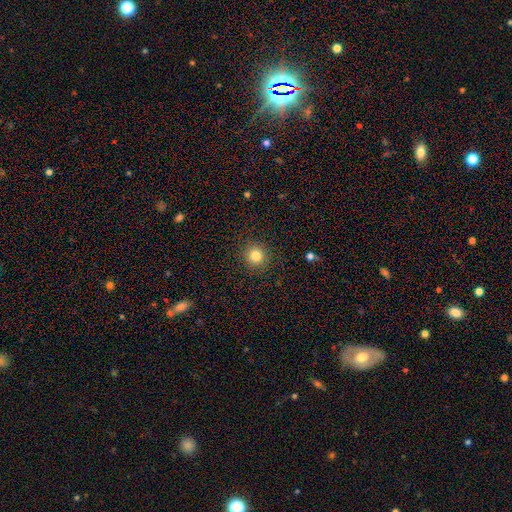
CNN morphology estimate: Q: Smooth or featured?
A: smooth (83%); runner-up: star or artifact (12%)
Q: How rounded?
A: round (92%); runner-up: in between (7%)
Q: Merging?
A: none (91%); runner-up: minor disturbance (6%)